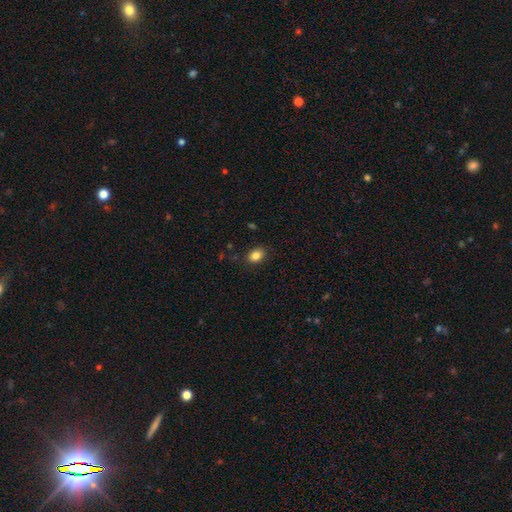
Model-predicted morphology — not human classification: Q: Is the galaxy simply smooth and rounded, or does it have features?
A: smooth — 86%.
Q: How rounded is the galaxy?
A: in between — 69%.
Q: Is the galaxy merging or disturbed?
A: none — 86%.